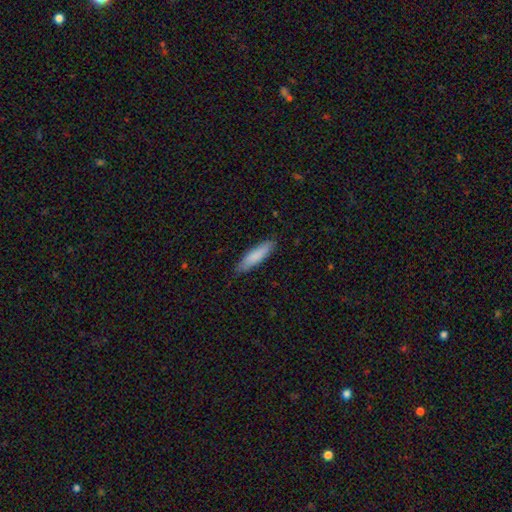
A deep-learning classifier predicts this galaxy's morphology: smooth_or_featured: smooth (p=0.85) [alt: featured or disk p=0.10]
how_rounded: cigar-shaped (p=0.72) [alt: in between p=0.27]
merging: none (p=0.84) [alt: minor disturbance p=0.13]